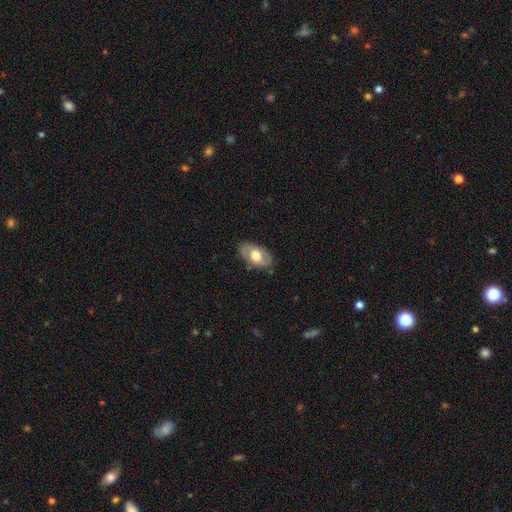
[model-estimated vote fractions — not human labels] smooth_or_featured: smooth (p=0.54) [alt: featured or disk p=0.40]
how_rounded: in between (p=0.93) [alt: round p=0.05]
merging: none (p=0.82) [alt: minor disturbance p=0.14]